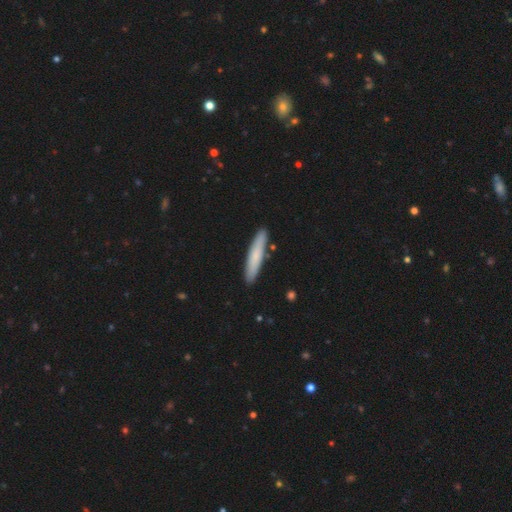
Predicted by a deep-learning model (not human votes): Smooth or featured? smooth (70%)
How rounded? cigar-shaped (90%)
Merging? none (88%)